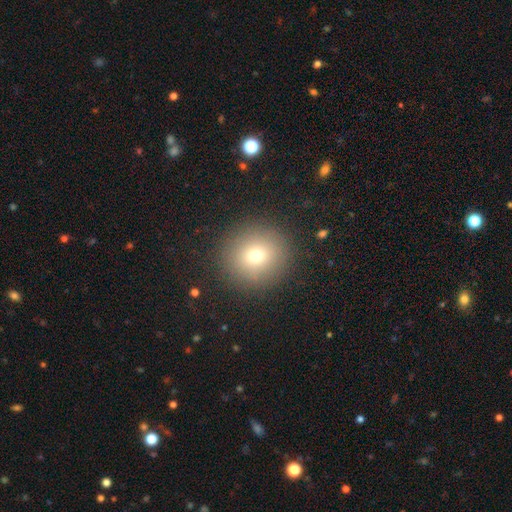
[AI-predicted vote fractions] Overall: smooth (72%). How rounded: round (92%). Merging: none (90%).